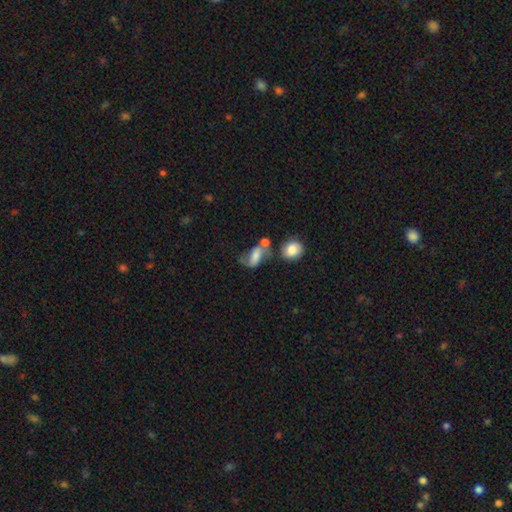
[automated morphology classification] A smooth galaxy with no disk features (52%) that is in between round and cigar-shaped (80%). Merging: none (35%).